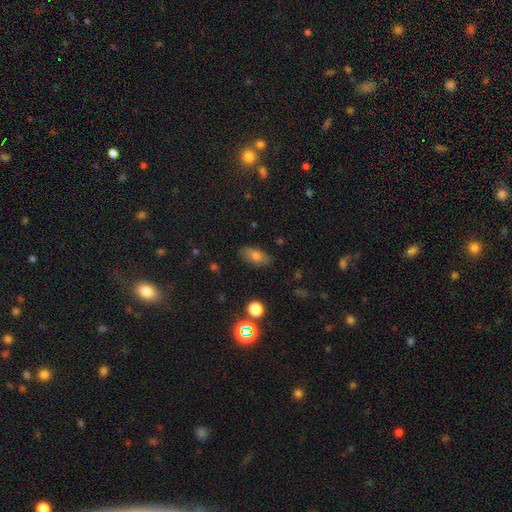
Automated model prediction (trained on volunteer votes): Smooth or featured?
  - smooth: 72% *
  - featured or disk: 16%
  - star or artifact: 12%
How rounded?
  - in between: 86% *
  - cigar-shaped: 7%
  - round: 7%
Merging?
  - none: 83% *
  - minor disturbance: 12%
  - major disturbance: 3%
  - merger: 2%